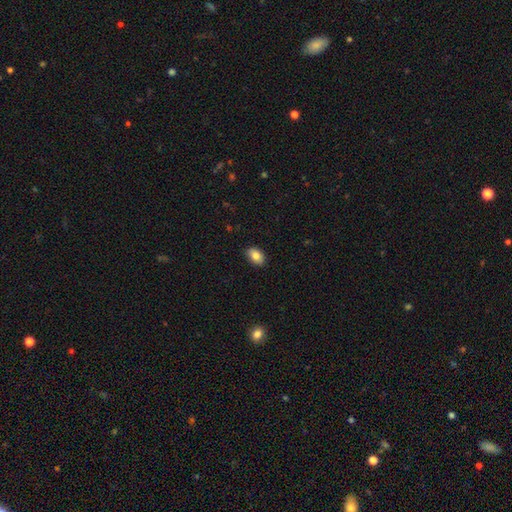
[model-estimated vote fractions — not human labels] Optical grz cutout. It shows a smooth galaxy with no disk features (84%) that is in between round and cigar-shaped (86%). Merging: none (88%).